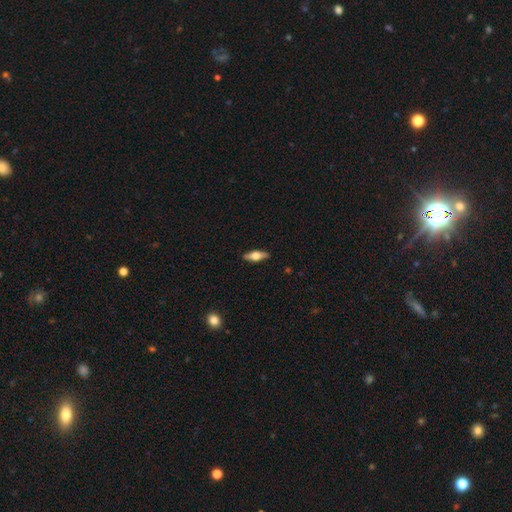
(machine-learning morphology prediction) A featured or disk galaxy (52%) viewed edge-on (91%). Merging: none (89%).